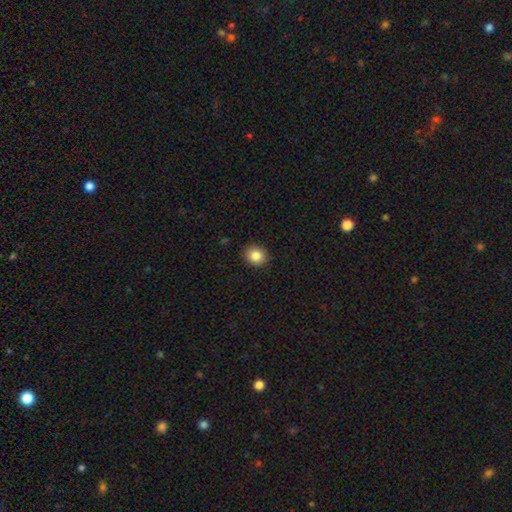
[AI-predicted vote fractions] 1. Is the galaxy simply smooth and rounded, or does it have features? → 85% smooth, 9% star or artifact, 6% featured or disk.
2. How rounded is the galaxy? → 76% round, 24% in between, 1% cigar-shaped.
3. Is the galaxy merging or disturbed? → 90% none, 7% minor disturbance, 2% major disturbance, 1% merger.